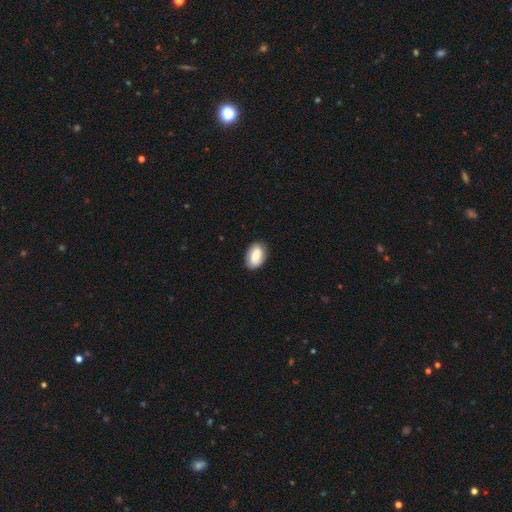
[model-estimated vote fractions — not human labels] Smooth or featured? Predicted: smooth (p=0.71). How rounded? Predicted: in between (p=0.89). Merging? Predicted: none (p=0.84).